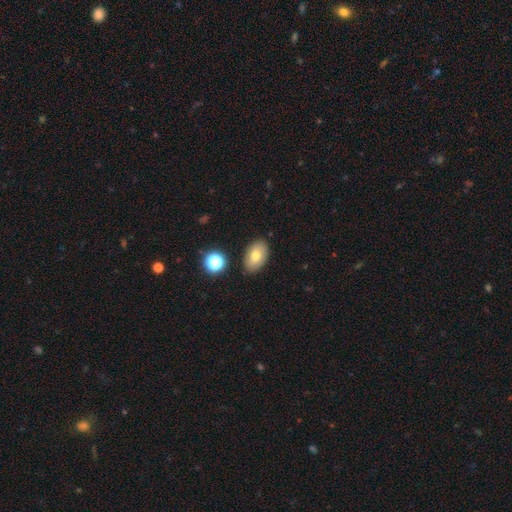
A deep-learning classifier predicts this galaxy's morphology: Smooth or featured? Predicted: smooth (p=0.74). How rounded? Predicted: in between (p=0.89). Merging? Predicted: none (p=0.84).